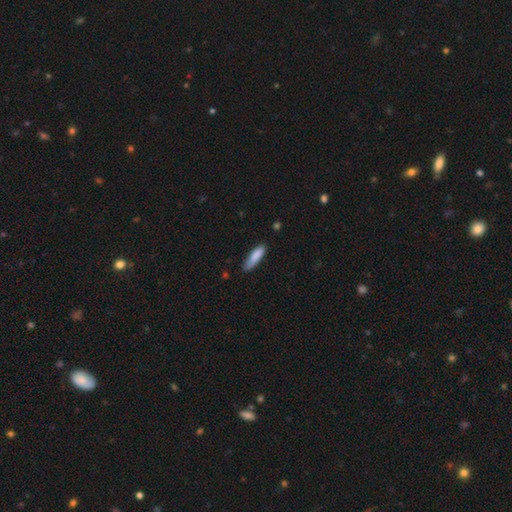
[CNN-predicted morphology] A smooth galaxy with no disk features (86%) that is cigar-shaped (68%).

Vote fractions:
- Smooth or featured? smooth: 86% / featured or disk: 8% / star or artifact: 6%
- How rounded? cigar-shaped: 68% / in between: 31% / round: 1%
- Merging? none: 74% / minor disturbance: 21% / major disturbance: 3% / merger: 2%